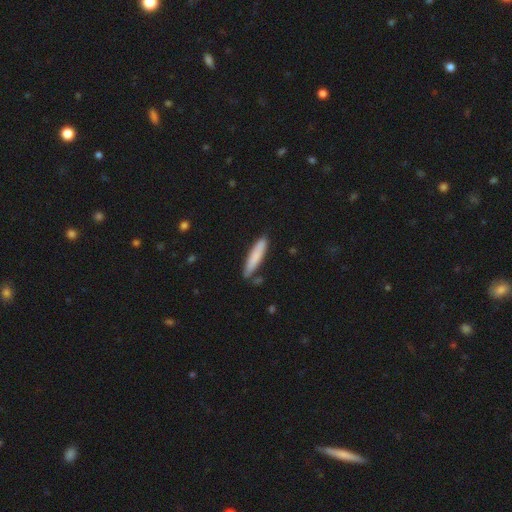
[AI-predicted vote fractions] Q: Smooth or featured?
A: smooth (79%); runner-up: featured or disk (15%)
Q: How rounded?
A: cigar-shaped (87%); runner-up: in between (12%)
Q: Merging?
A: none (81%); runner-up: minor disturbance (13%)